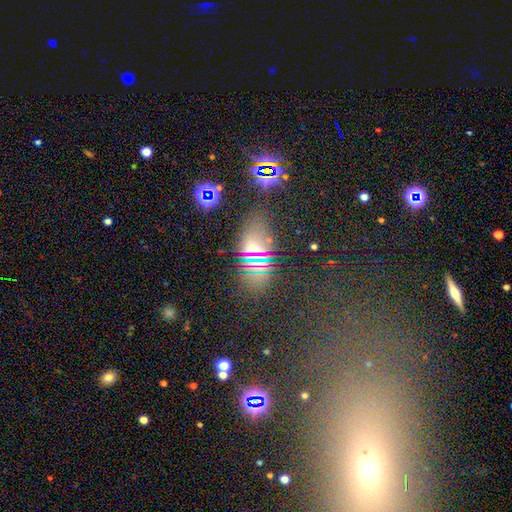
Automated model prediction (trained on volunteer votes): Smooth or featured: star or artifact — 49% (smooth — 39%)